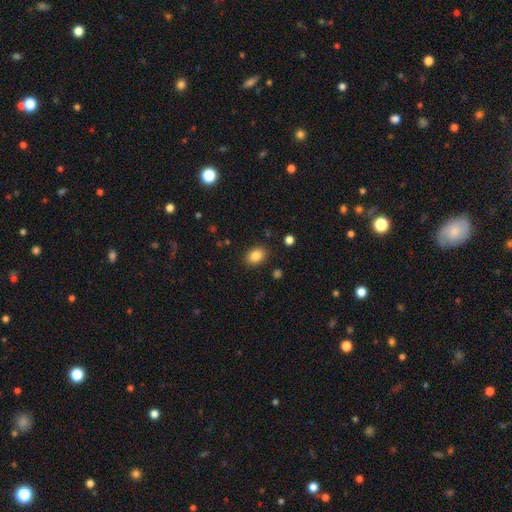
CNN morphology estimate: Smooth or featured: smooth — 86% (star or artifact — 9%)
How rounded: in between — 77% (round — 22%)
Merging: none — 86% (minor disturbance — 10%)